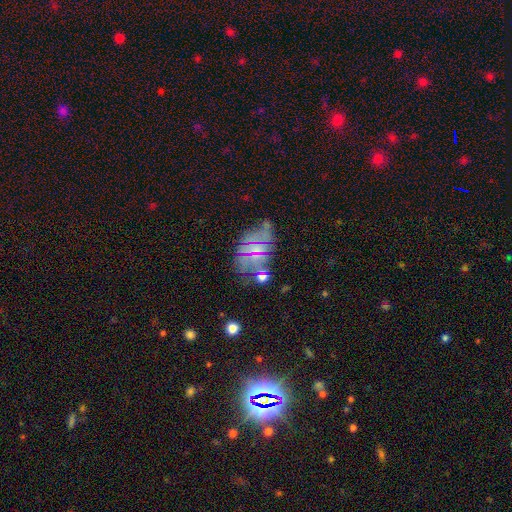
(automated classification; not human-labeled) A smooth galaxy with no disk features (38%).

Vote fractions:
- Smooth or featured? smooth: 38% / featured or disk: 32% / star or artifact: 29%
- Merging? none: 58% / minor disturbance: 22% / major disturbance: 13% / merger: 7%